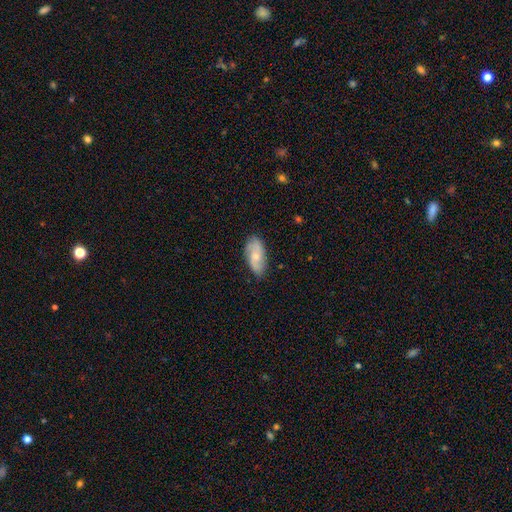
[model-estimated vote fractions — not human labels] Smooth or featured? Predicted: smooth (p=0.47). Merging? Predicted: none (p=0.78).